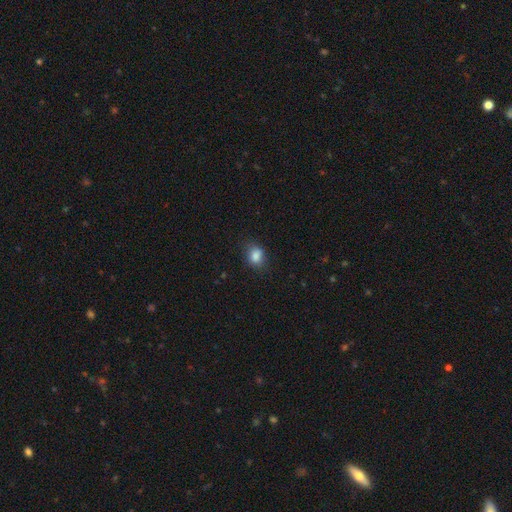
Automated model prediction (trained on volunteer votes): This is clearly a smooth galaxy (84%). How rounded: possibly in between (51%). Merging: likely none (77%).